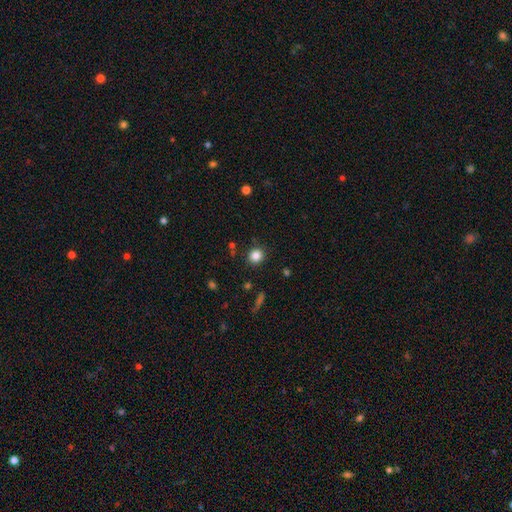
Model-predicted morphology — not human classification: Smooth or featured? Predicted: smooth (p=0.83). How rounded? Predicted: round (p=0.86). Merging? Predicted: none (p=0.89).